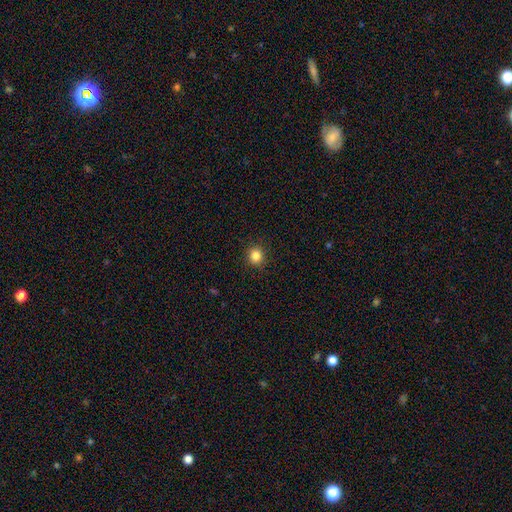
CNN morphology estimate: smooth-or-featured: smooth: 84% | star or artifact: 12% | featured or disk: 4%
  how-rounded: round: 88% | in between: 11% | cigar-shaped: 1%
  merging: none: 91% | minor disturbance: 6% | major disturbance: 2% | merger: 1%